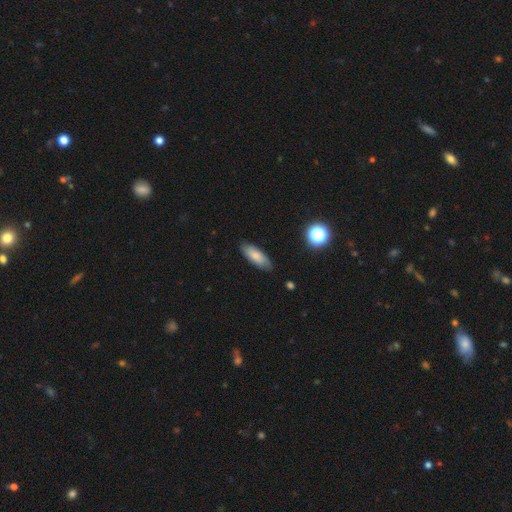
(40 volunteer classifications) Smooth or featured? smooth (90%)
How rounded? in between (67%)
Merging? none (88%)